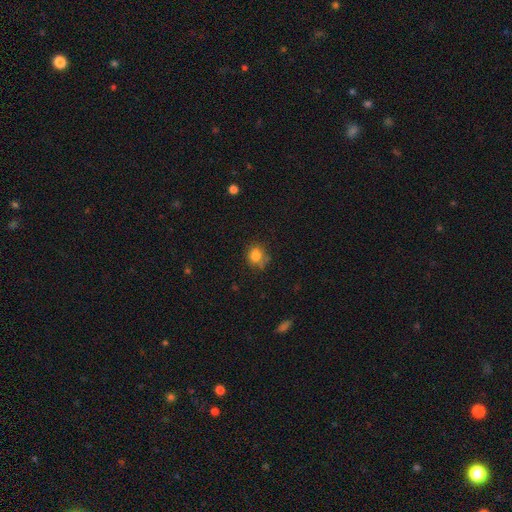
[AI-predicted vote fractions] Smooth or featured?
  - smooth: 78% *
  - star or artifact: 11%
  - featured or disk: 11%
How rounded?
  - round: 65% *
  - in between: 34%
  - cigar-shaped: 1%
Merging?
  - none: 62% *
  - minor disturbance: 24%
  - major disturbance: 8%
  - merger: 5%